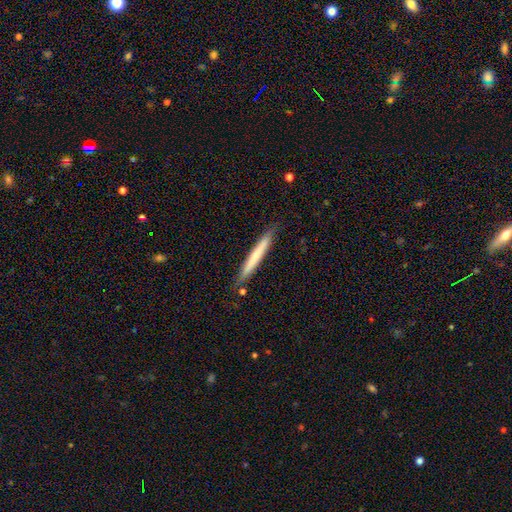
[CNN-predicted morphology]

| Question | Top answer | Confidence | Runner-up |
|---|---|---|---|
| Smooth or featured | smooth | 62% | featured or disk (32%) |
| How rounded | cigar-shaped | 97% | in between (2%) |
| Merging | none | 86% | minor disturbance (10%) |